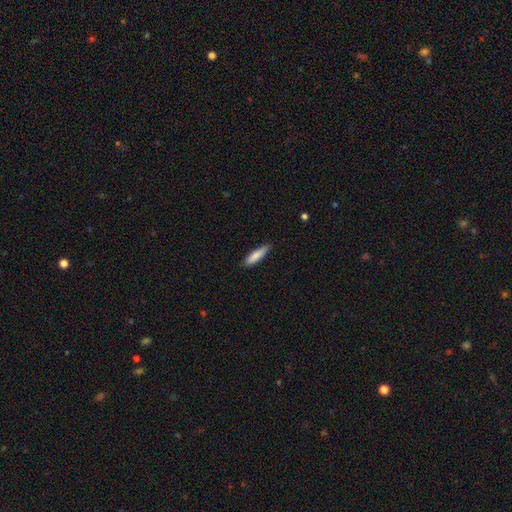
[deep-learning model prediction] smooth-or-featured: smooth: 82% | featured or disk: 12% | star or artifact: 6%
  how-rounded: cigar-shaped: 75% | in between: 24% | round: 1%
  merging: none: 79% | minor disturbance: 18% | major disturbance: 2% | merger: 1%